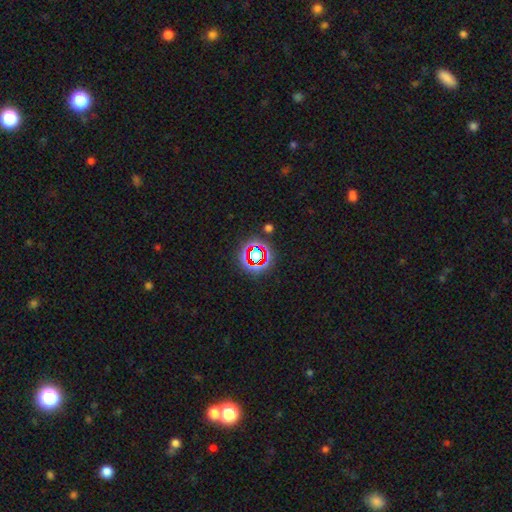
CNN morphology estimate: Smooth or featured: star or artifact — 68% (smooth — 19%)